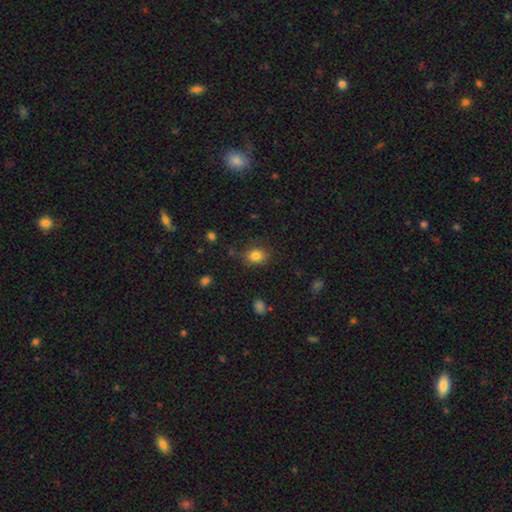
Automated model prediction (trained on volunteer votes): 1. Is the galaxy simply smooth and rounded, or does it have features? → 83% smooth, 11% star or artifact, 6% featured or disk.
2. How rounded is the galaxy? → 52% in between, 47% round, 1% cigar-shaped.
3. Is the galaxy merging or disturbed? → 78% none, 15% minor disturbance, 4% major disturbance, 2% merger.